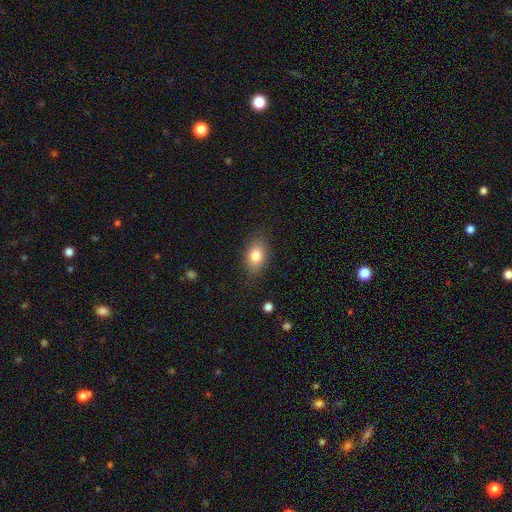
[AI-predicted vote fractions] A smooth galaxy with no disk features (81%) that is in between round and cigar-shaped (84%).

Vote fractions:
- Smooth or featured? smooth: 81% / featured or disk: 11% / star or artifact: 8%
- How rounded? in between: 84% / round: 13% / cigar-shaped: 3%
- Merging? none: 83% / minor disturbance: 12% / major disturbance: 3% / merger: 1%